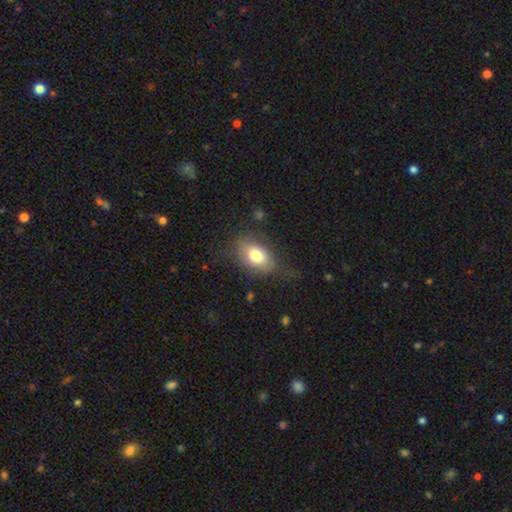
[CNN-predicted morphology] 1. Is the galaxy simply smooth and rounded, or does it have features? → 76% smooth, 15% featured or disk, 9% star or artifact.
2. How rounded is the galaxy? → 84% in between, 14% round, 2% cigar-shaped.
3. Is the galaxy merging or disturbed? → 65% none, 23% minor disturbance, 11% major disturbance, 2% merger.